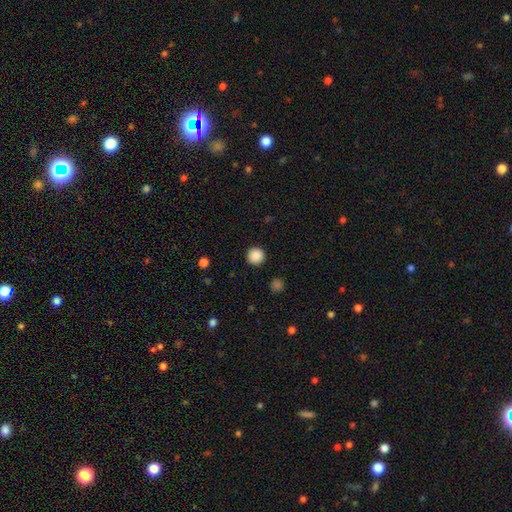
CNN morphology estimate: Smooth or featured?
  - smooth: 88% *
  - star or artifact: 9%
  - featured or disk: 2%
How rounded?
  - round: 95% *
  - in between: 4%
  - cigar-shaped: 1%
Merging?
  - none: 92% *
  - minor disturbance: 5%
  - major disturbance: 2%
  - merger: 1%